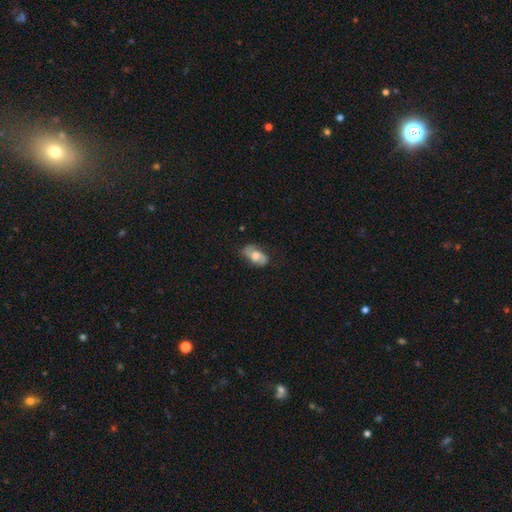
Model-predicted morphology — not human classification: A featured or disk galaxy (47%).

Vote fractions:
- Smooth or featured? featured or disk: 47% / smooth: 46% / star or artifact: 7%
- Merging? none: 70% / minor disturbance: 22% / major disturbance: 7% / merger: 1%